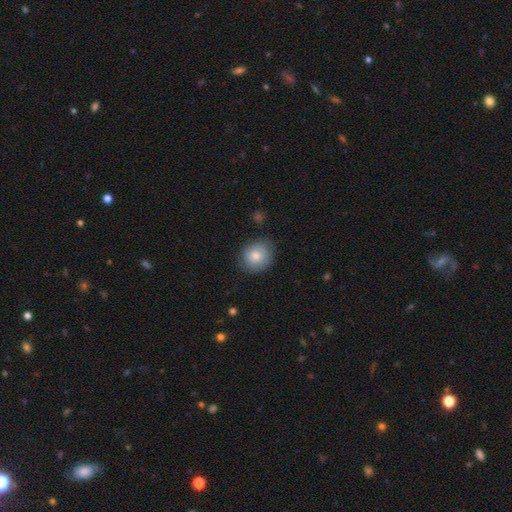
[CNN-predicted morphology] Smooth or featured?
  - smooth: 79% *
  - featured or disk: 12%
  - star or artifact: 9%
How rounded?
  - round: 81% *
  - in between: 18%
  - cigar-shaped: 1%
Merging?
  - none: 81% *
  - minor disturbance: 15%
  - major disturbance: 3%
  - merger: 1%